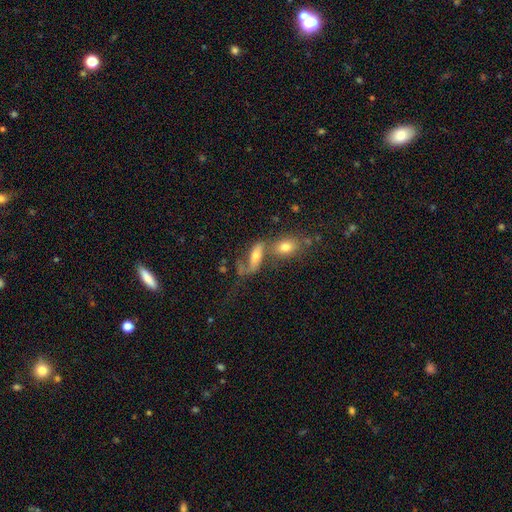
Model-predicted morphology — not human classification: smooth-or-featured: smooth: 49% | featured or disk: 41% | star or artifact: 10%
  merging: merger: 42% | none: 33% | minor disturbance: 13% | major disturbance: 11%